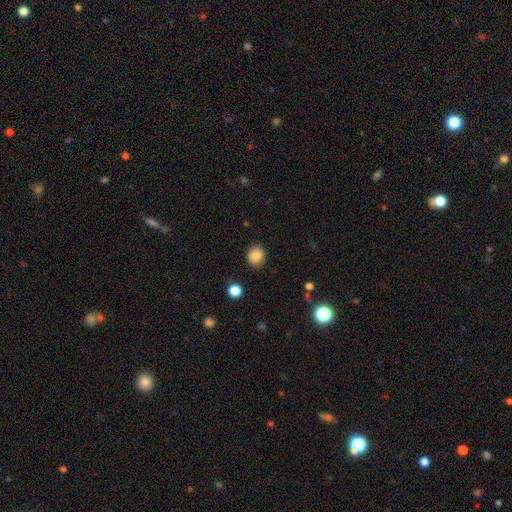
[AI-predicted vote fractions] Overall: smooth (86%). How rounded: round (71%). Merging: none (88%).